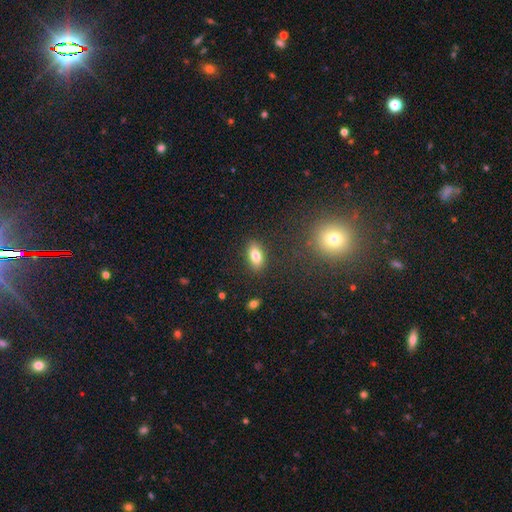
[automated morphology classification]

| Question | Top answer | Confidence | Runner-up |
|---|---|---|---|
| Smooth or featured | smooth | 79% | featured or disk (12%) |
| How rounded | in between | 86% | cigar-shaped (7%) |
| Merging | none | 86% | minor disturbance (9%) |